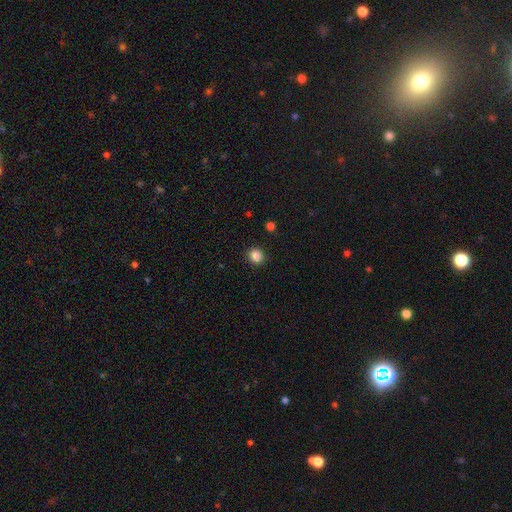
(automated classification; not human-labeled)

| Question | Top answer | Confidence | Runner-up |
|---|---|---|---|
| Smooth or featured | smooth | 86% | star or artifact (11%) |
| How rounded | round | 82% | in between (17%) |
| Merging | none | 91% | minor disturbance (6%) |